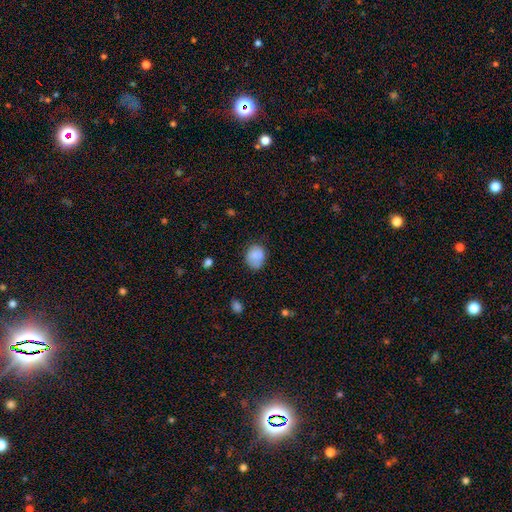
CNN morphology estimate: Q: Smooth or featured?
A: smooth (82%); runner-up: featured or disk (10%)
Q: How rounded?
A: in between (50%); runner-up: round (49%)
Q: Merging?
A: none (65%); runner-up: minor disturbance (25%)